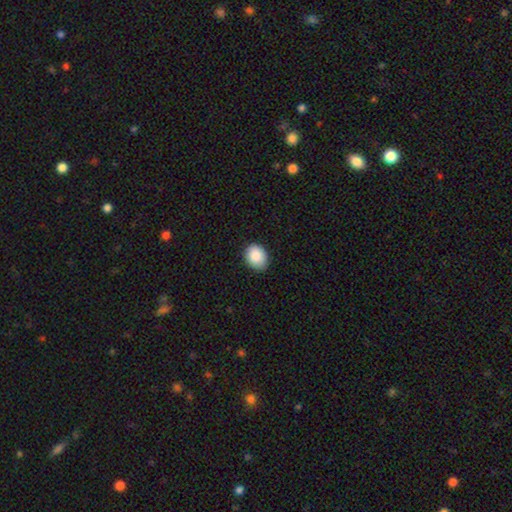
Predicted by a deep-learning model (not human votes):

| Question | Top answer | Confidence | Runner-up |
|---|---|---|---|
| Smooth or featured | smooth | 89% | star or artifact (7%) |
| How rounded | in between | 54% | round (45%) |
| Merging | none | 86% | minor disturbance (11%) |